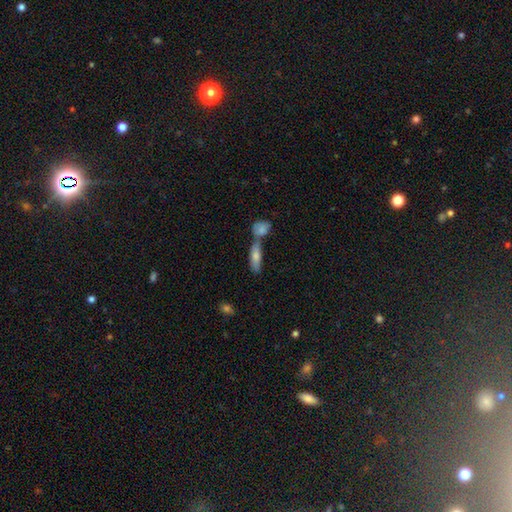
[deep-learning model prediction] Smooth or featured? smooth (61%)
How rounded? cigar-shaped (59%)
Merging? none (45%)